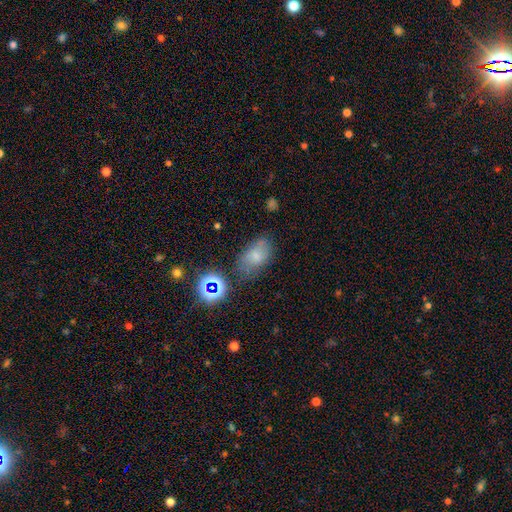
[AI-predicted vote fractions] The model was most divided on "merging": none: 60%, minor disturbance: 25%, major disturbance: 10%, merger: 5%. More confident: how rounded — in between (87%); smooth or featured — smooth (65%).